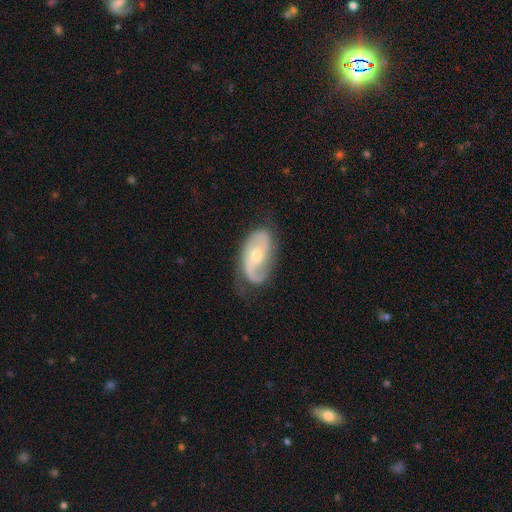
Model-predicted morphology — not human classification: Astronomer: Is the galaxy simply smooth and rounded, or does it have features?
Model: featured or disk — 79%.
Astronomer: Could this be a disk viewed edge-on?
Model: no — 95%.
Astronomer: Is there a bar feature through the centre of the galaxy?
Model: no — 61%.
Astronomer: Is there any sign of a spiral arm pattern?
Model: yes — 92%.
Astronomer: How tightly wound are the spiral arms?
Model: medium — 41% (runner-up: loose, 37%).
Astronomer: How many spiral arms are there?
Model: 2 — 69%.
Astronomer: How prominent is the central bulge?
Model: moderate — 52% (runner-up: small, 44%).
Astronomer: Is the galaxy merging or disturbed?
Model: none — 64%.